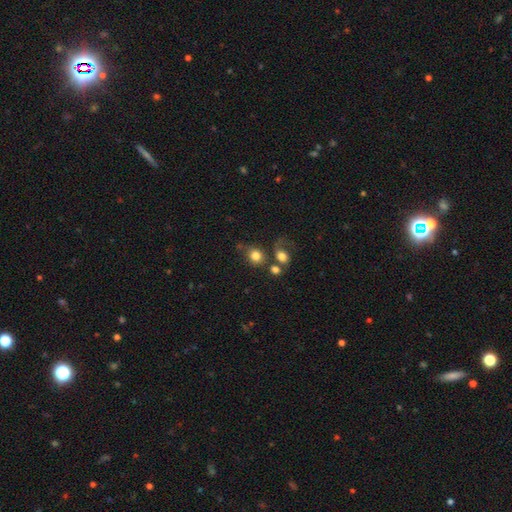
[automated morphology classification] Smooth or featured? Predicted: smooth (p=0.79). How rounded? Predicted: round (p=0.71). Merging? Predicted: none (p=0.52).